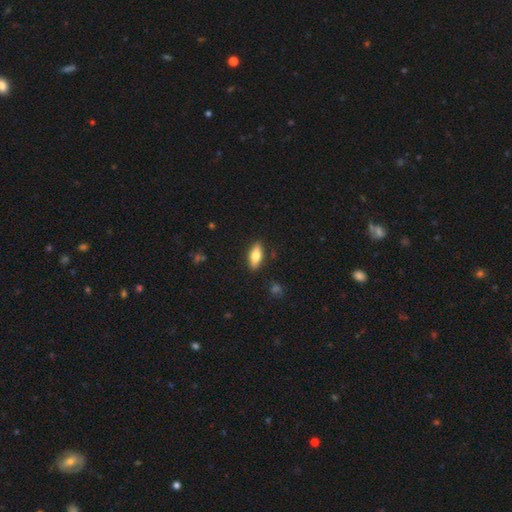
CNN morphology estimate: A smooth galaxy with no disk features (72%) that is in between round and cigar-shaped (76%).

Vote fractions:
- Smooth or featured? smooth: 72% / featured or disk: 22% / star or artifact: 6%
- How rounded? in between: 76% / cigar-shaped: 21% / round: 3%
- Merging? none: 88% / minor disturbance: 9% / major disturbance: 2% / merger: 1%